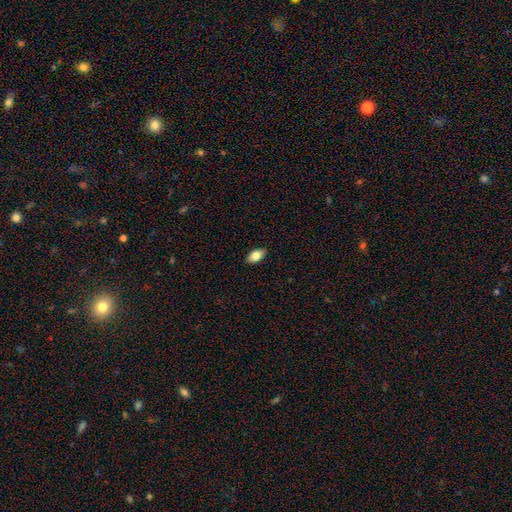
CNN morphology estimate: type=smooth (81%); roundness=in between (92%); merging=none (88%).